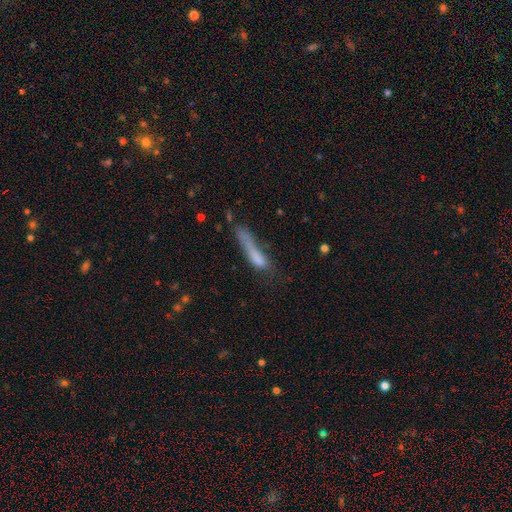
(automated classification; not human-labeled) This is likely a smooth galaxy (66%). How rounded: clearly cigar-shaped (82%). Merging: marginally none (32%).